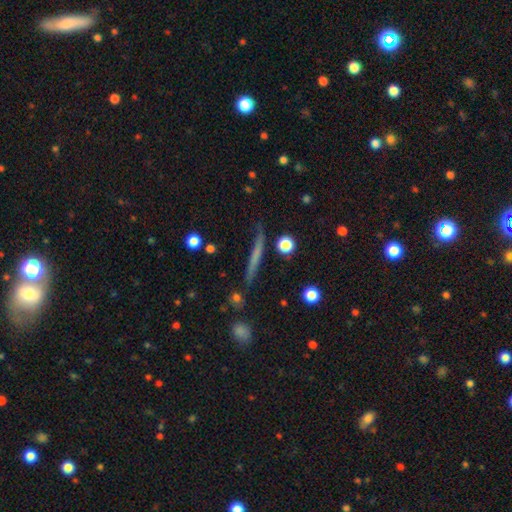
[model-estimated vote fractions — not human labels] Overall: smooth (49%; featured or disk 43%). Merging: none (83%).